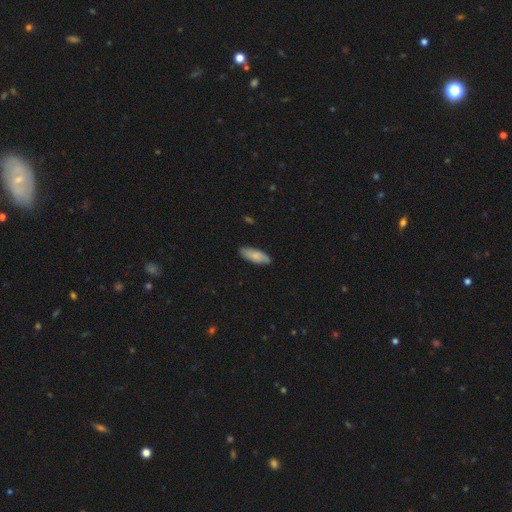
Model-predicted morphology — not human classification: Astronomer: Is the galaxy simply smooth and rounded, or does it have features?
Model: smooth — 76%.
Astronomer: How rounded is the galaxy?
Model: in between — 72%.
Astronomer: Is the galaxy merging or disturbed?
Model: none — 84%.